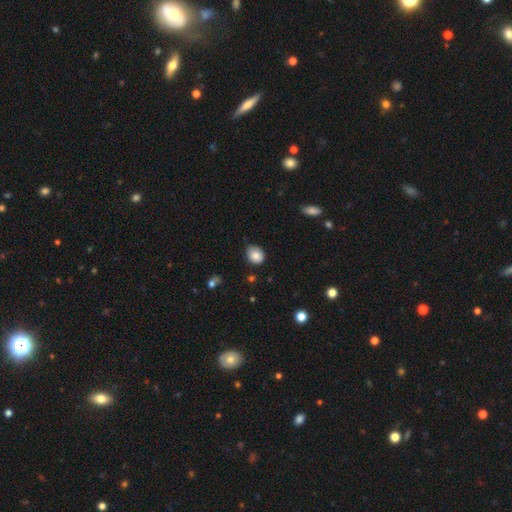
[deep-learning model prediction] Overall: smooth (83%). How rounded: round (57%; in between 43%). Merging: none (71%).